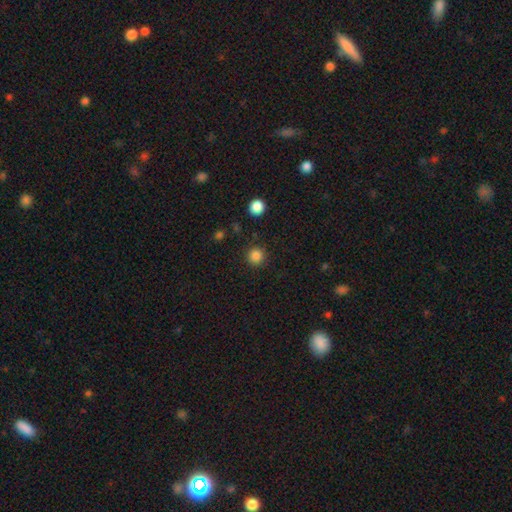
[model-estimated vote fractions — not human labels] This appears to be a smooth galaxy with no disk features (85%) that is round (95%). Merging: none (90%).